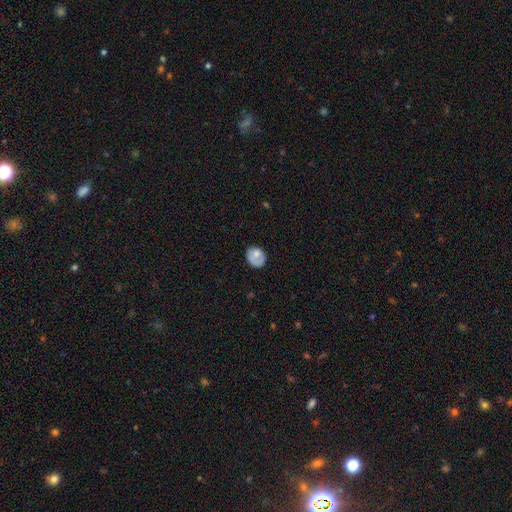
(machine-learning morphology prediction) Smooth or featured? smooth (71%)
How rounded? round (57%)
Merging? none (61%)